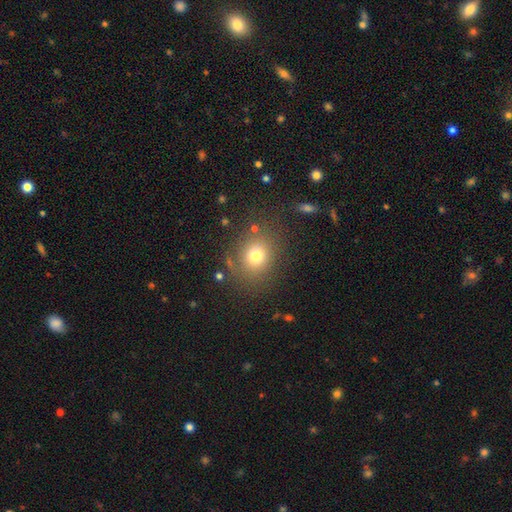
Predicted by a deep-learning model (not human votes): smooth-or-featured: smooth: 73% | star or artifact: 16% | featured or disk: 11%
  how-rounded: round: 70% | in between: 29% | cigar-shaped: 1%
  merging: none: 79% | minor disturbance: 12% | major disturbance: 6% | merger: 4%